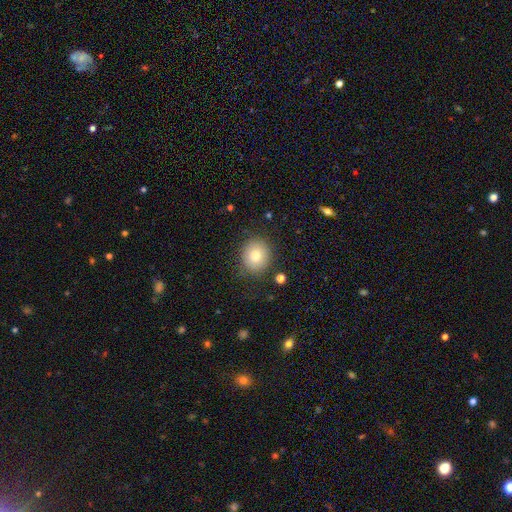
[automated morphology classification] Smooth or featured? Predicted: smooth (p=0.77). How rounded? Predicted: round (p=0.76). Merging? Predicted: none (p=0.84).